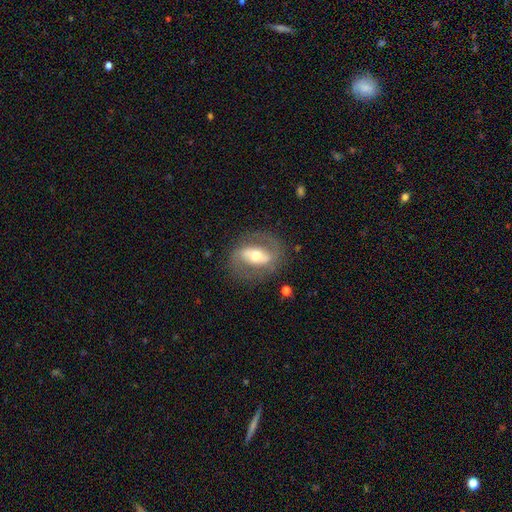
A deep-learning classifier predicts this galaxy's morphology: Smooth or featured: featured or disk — 70% (smooth — 23%)
Edge-on disk: no — 93% (yes — 7%)
Bar: strong — 43% (weak — 31%)
Spiral arms: yes — 68% (no — 32%)
Bulge size: moderate — 66% (small — 19%)
Merging: none — 75% (minor disturbance — 14%)